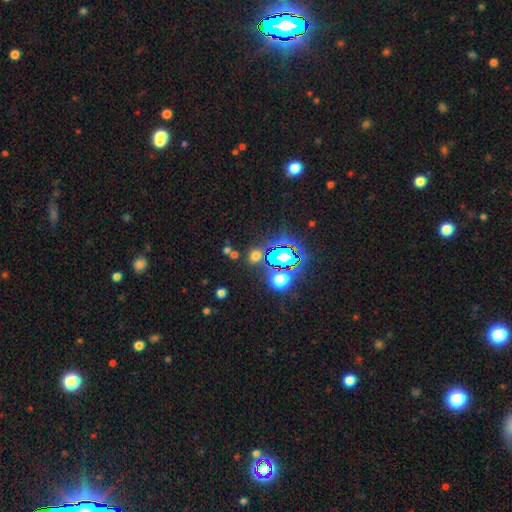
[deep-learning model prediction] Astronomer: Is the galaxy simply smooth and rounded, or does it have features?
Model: smooth — 48% (runner-up: star or artifact, 43%).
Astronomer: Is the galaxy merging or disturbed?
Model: none — 74%.